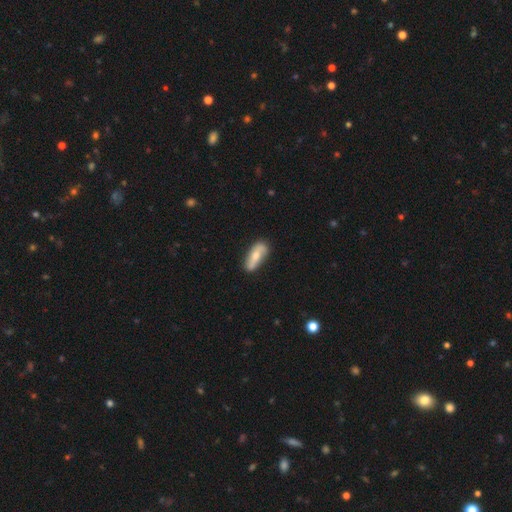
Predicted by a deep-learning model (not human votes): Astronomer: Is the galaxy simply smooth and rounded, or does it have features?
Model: smooth — 54% (runner-up: featured or disk, 40%).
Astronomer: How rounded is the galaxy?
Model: in between — 68%.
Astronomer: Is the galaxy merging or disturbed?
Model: none — 76%.